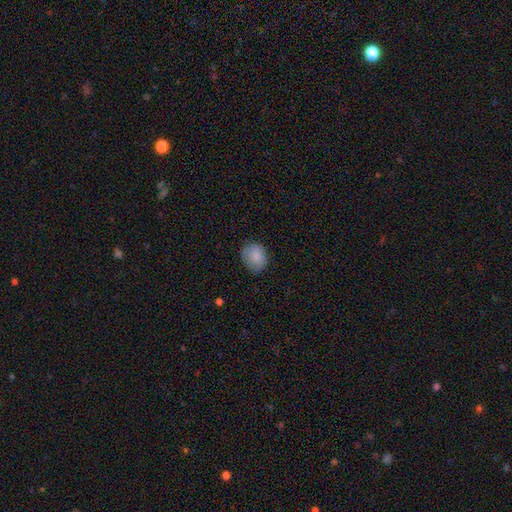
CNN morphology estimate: smooth-or-featured: smooth: 85% | star or artifact: 8% | featured or disk: 7%
  how-rounded: round: 55% | in between: 44% | cigar-shaped: 1%
  merging: none: 76% | minor disturbance: 19% | major disturbance: 4% | merger: 1%